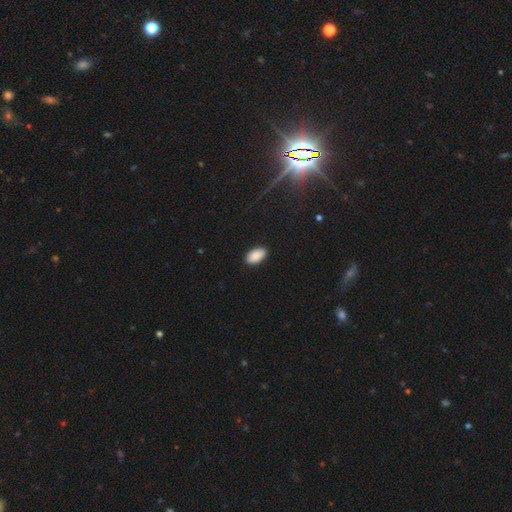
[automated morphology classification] A smooth galaxy with no disk features (90%) that is in between round and cigar-shaped (95%). Merging: none (89%).